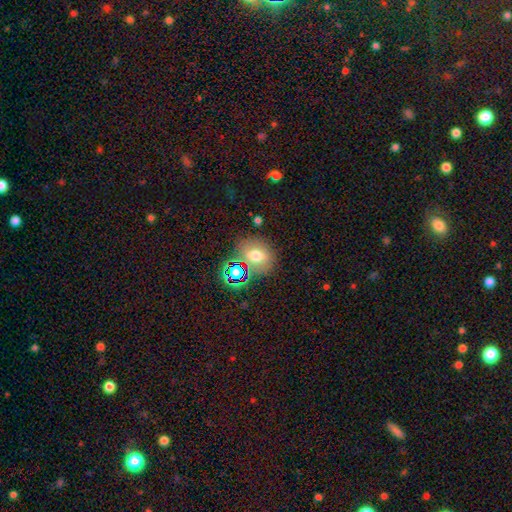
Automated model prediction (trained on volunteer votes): This appears to be a smooth galaxy with no disk features (63%) that is round (50%). Merging: none (73%).